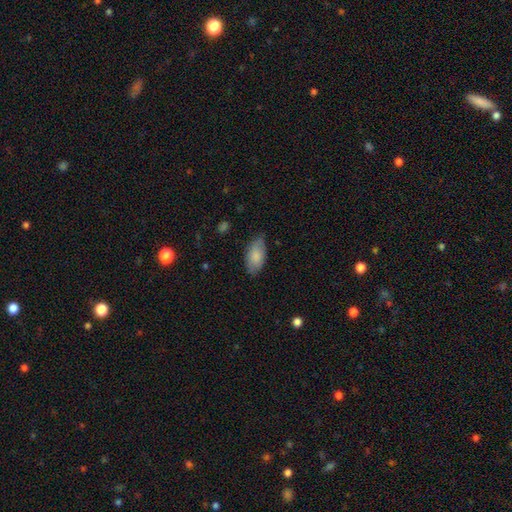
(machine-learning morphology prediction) This is clearly a smooth galaxy (83%). How rounded: clearly in between (93%). Merging: likely none (76%).